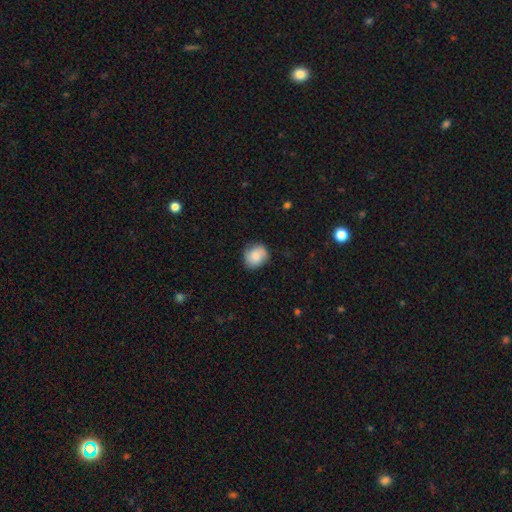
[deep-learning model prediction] This appears to be a smooth galaxy with no disk features (81%) that is round (68%). Merging: none (77%).